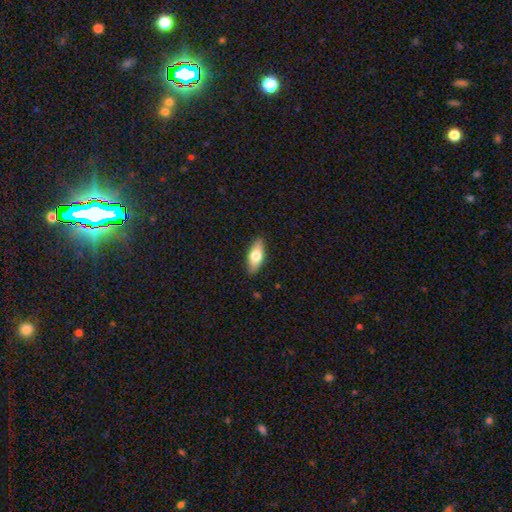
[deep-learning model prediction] Smooth or featured? smooth (64%)
How rounded? in between (79%)
Merging? none (88%)